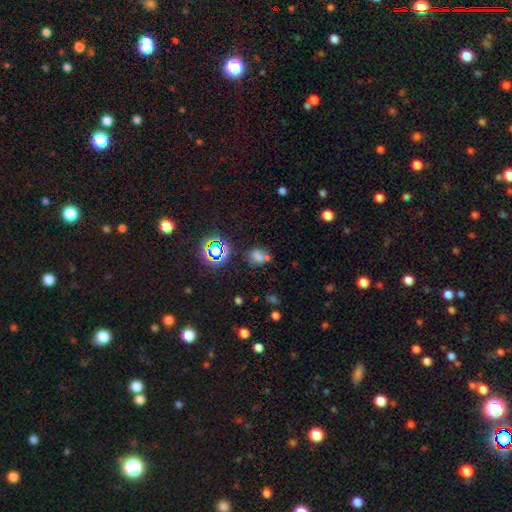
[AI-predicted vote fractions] Morphology: type=smooth (52%); roundness=round (59%); merging=none (61%).